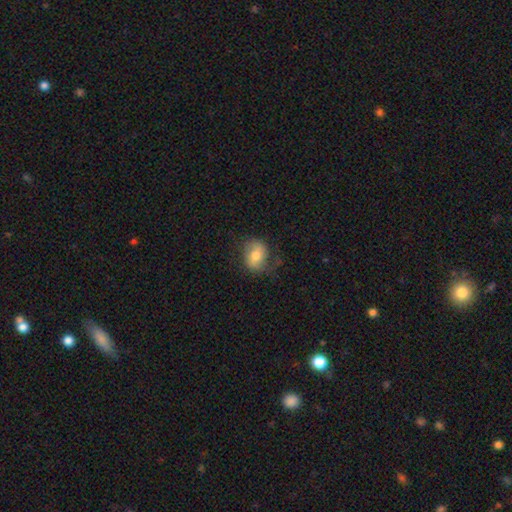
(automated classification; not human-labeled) smooth_or_featured: smooth (p=0.59) [alt: featured or disk p=0.33]
how_rounded: in between (p=0.60) [alt: round p=0.39]
merging: none (p=0.63) [alt: minor disturbance p=0.24]